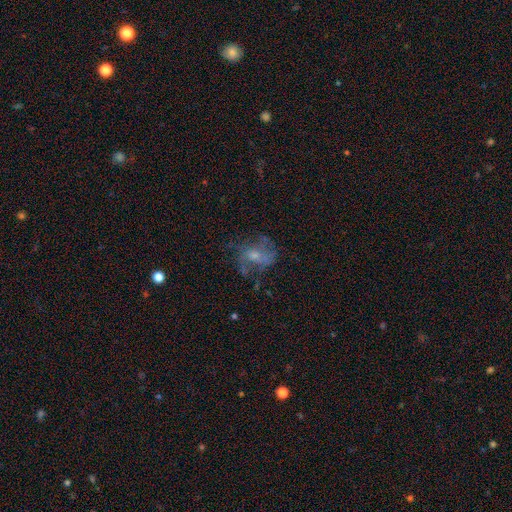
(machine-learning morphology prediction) This appears to be a featured or disk galaxy (58%) with no bar (66%), spiral arms (60%) and a small central bulge (43%). Merging: none (50%).